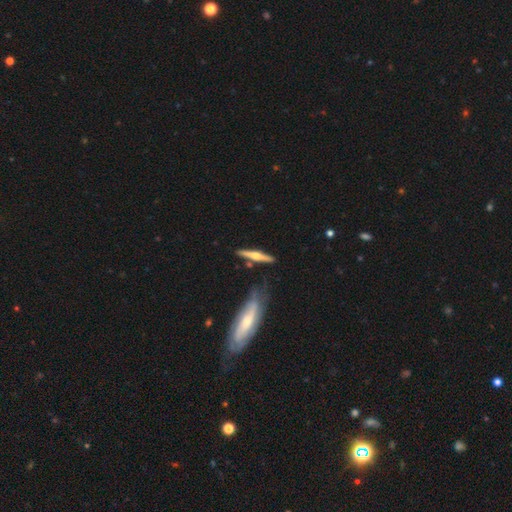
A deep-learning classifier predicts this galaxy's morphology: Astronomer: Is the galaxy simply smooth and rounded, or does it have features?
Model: featured or disk — 66%.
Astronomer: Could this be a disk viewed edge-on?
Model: yes — 96%.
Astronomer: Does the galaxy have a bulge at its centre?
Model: rounded — 89%.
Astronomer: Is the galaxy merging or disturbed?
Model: none — 79%.